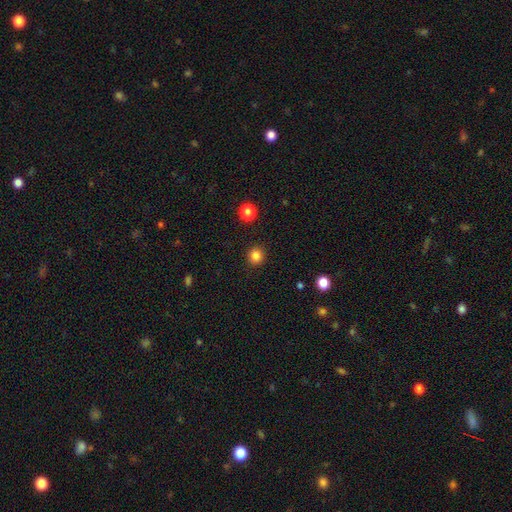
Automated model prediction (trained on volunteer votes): A smooth galaxy with no disk features (83%) that is round (90%). Merging: none (91%).